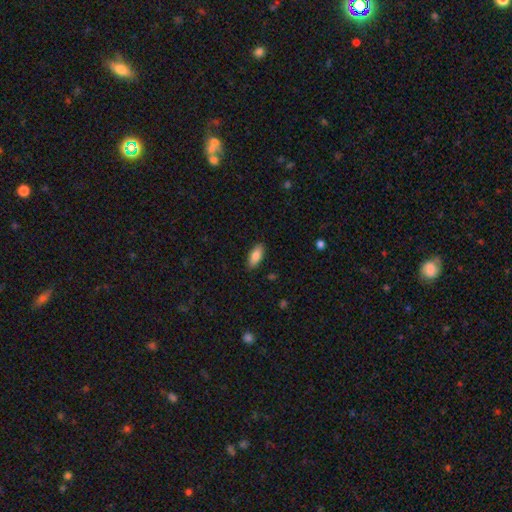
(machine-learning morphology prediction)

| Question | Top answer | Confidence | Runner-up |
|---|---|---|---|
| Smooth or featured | smooth | 84% | featured or disk (10%) |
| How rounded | in between | 84% | cigar-shaped (14%) |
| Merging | none | 88% | minor disturbance (9%) |